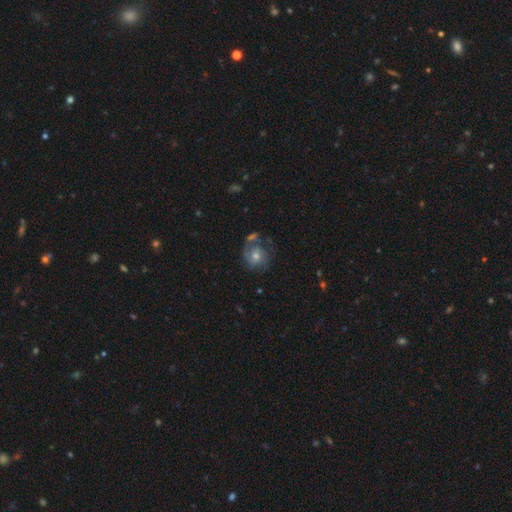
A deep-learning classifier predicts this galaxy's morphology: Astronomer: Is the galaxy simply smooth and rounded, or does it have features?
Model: featured or disk — 73%.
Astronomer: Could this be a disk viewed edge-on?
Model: no — 98%.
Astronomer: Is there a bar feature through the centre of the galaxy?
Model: no — 71%.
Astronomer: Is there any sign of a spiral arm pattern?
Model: yes — 90%.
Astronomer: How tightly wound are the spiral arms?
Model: tight — 45% (runner-up: medium, 41%).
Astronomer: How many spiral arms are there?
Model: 2 — 52%.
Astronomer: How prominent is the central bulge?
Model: moderate — 63%.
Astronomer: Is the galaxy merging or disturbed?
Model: none — 57%.